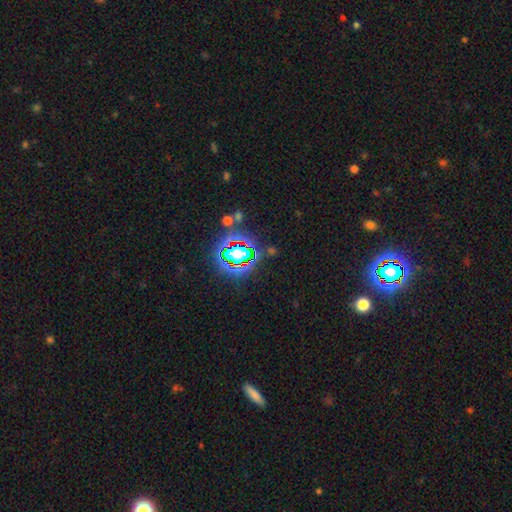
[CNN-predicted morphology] Smooth or featured?
  - star or artifact: 79% *
  - smooth: 12%
  - featured or disk: 8%